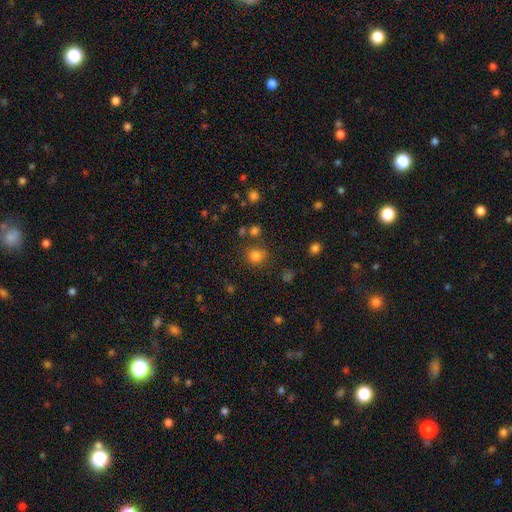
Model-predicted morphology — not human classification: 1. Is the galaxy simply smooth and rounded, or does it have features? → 79% smooth, 15% star or artifact, 6% featured or disk.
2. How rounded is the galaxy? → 81% round, 18% in between, 1% cigar-shaped.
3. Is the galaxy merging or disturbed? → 76% none, 12% minor disturbance, 8% merger, 4% major disturbance.